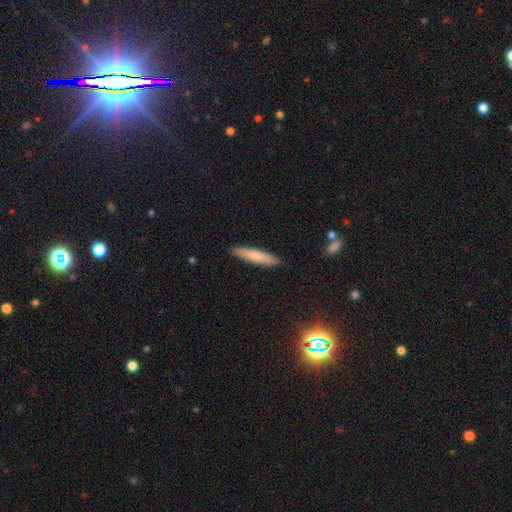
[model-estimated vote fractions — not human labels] smooth-or-featured: smooth: 74% | featured or disk: 20% | star or artifact: 6%
  how-rounded: cigar-shaped: 88% | in between: 10% | round: 1%
  merging: none: 90% | minor disturbance: 7% | major disturbance: 1% | merger: 1%